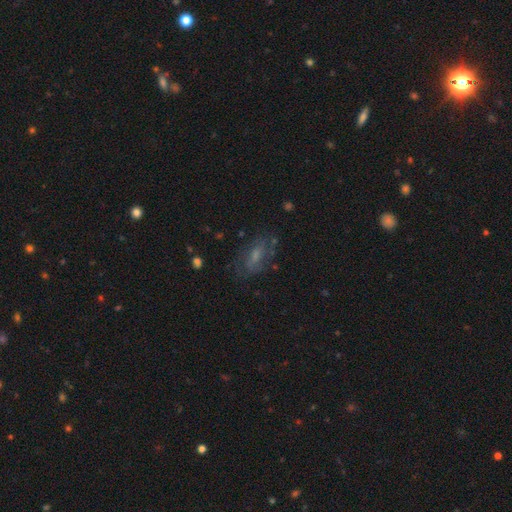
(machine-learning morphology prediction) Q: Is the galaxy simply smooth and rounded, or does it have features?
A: featured or disk — 48%.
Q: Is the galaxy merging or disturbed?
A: none — 65%.